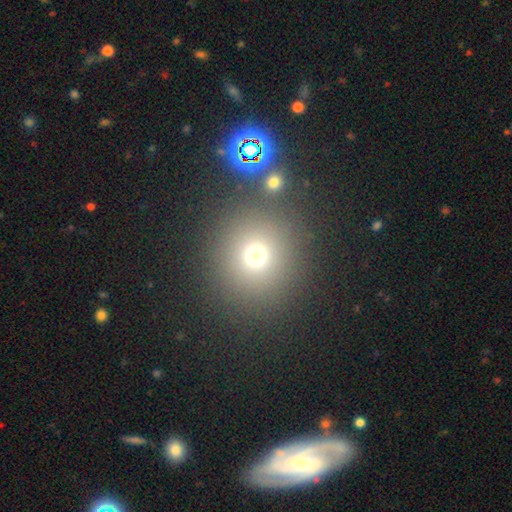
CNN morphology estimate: Smooth or featured? smooth (70%)
How rounded? round (89%)
Merging? none (78%)